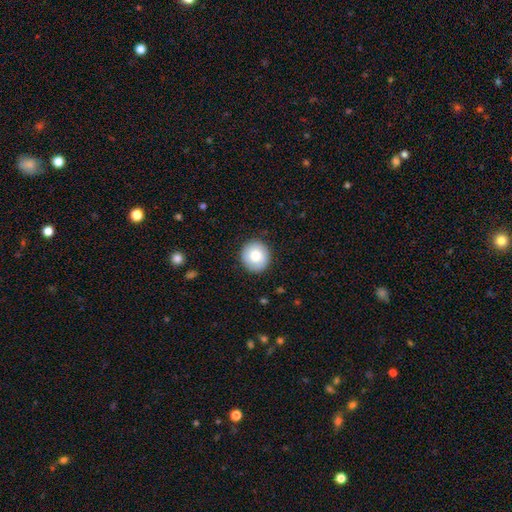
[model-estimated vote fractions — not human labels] Smooth or featured: smooth — 78% (featured or disk — 14%)
How rounded: round — 90% (in between — 9%)
Merging: none — 90% (minor disturbance — 7%)